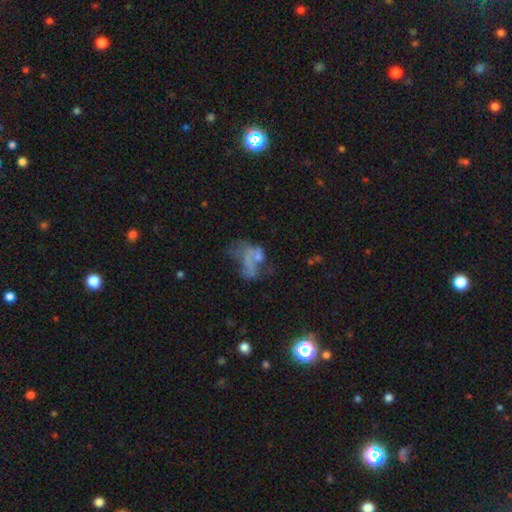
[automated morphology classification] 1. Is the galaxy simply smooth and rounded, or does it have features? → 42% featured or disk, 34% smooth, 24% star or artifact.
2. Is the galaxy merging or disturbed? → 39% major disturbance, 24% merger, 22% none, 15% minor disturbance.